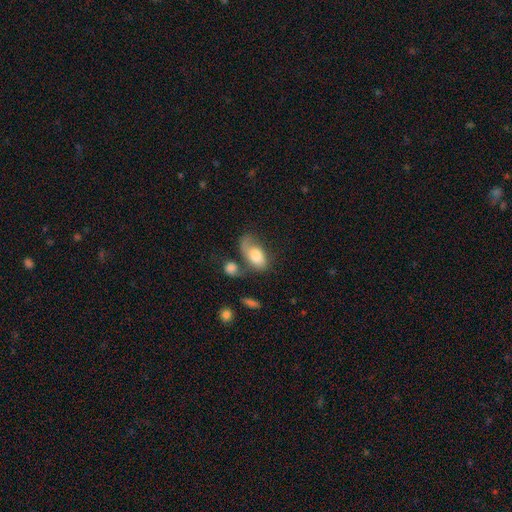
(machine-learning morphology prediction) This is likely a smooth galaxy (61%). How rounded: clearly in between (91%). Merging: marginally major disturbance (28%).